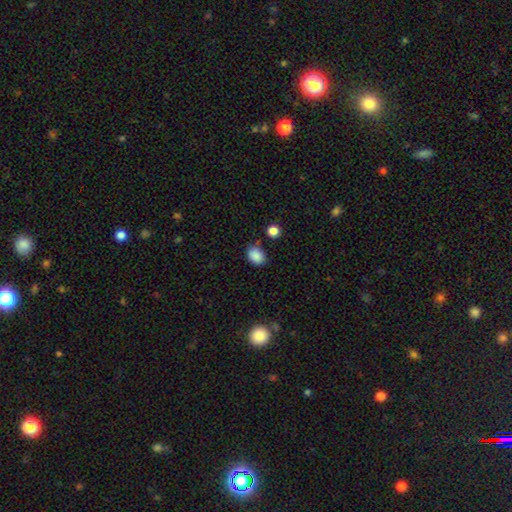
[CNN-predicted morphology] smooth 87%, star or artifact 9%, featured or disk 4%. Down the decision tree: how rounded — in between (68%); merging — none (76%).